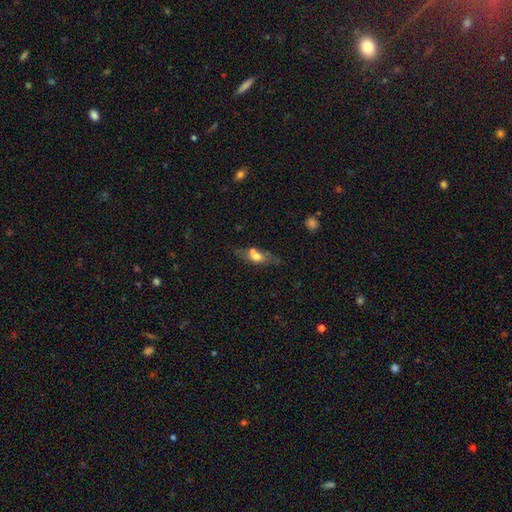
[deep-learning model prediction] Smooth or featured: smooth — 56% (featured or disk — 35%)
How rounded: in between — 65% (cigar-shaped — 28%)
Merging: none — 52% (merger — 24%)